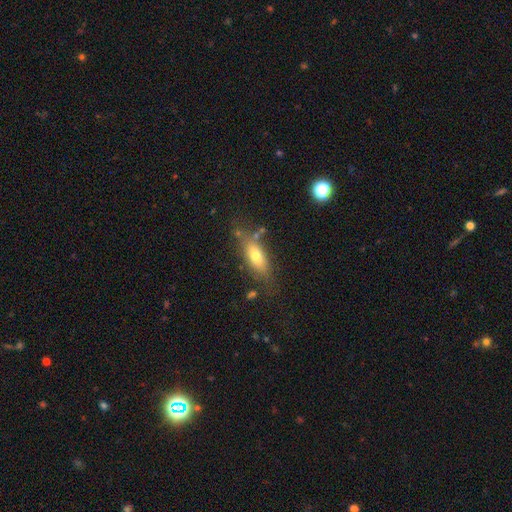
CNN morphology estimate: smooth-or-featured: smooth: 67% | featured or disk: 24% | star or artifact: 8%
  how-rounded: in between: 72% | cigar-shaped: 24% | round: 4%
  merging: none: 69% | minor disturbance: 18% | major disturbance: 7% | merger: 5%